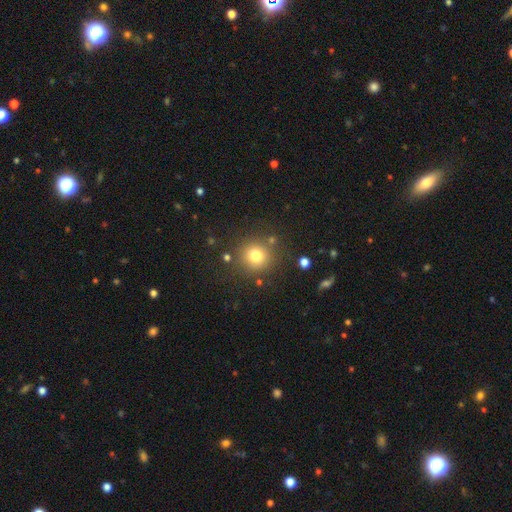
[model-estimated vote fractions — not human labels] A smooth galaxy with no disk features (77%) that is round (92%).

Vote fractions:
- Smooth or featured? smooth: 77% / star or artifact: 14% / featured or disk: 9%
- How rounded? round: 92% / in between: 7% / cigar-shaped: 1%
- Merging? none: 84% / minor disturbance: 8% / merger: 4% / major disturbance: 4%